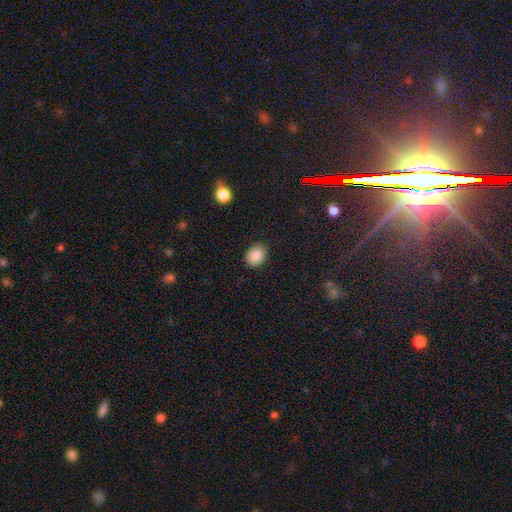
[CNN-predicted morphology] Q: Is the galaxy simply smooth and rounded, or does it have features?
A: smooth — 88%.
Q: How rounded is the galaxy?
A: in between — 60%.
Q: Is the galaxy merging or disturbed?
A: none — 86%.